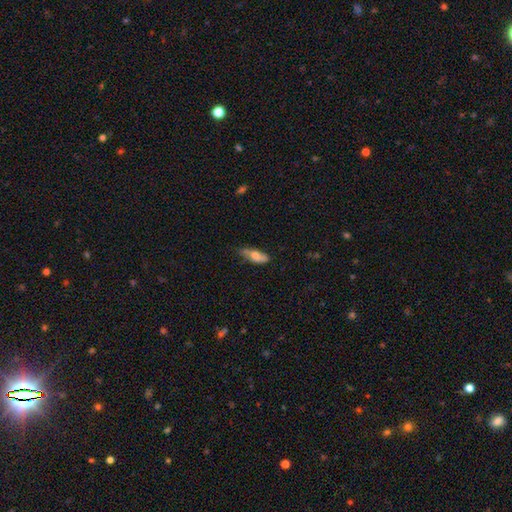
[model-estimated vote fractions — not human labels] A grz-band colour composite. It shows a smooth galaxy with no disk features (68%) that is in between round and cigar-shaped (65%). Merging: none (56%).